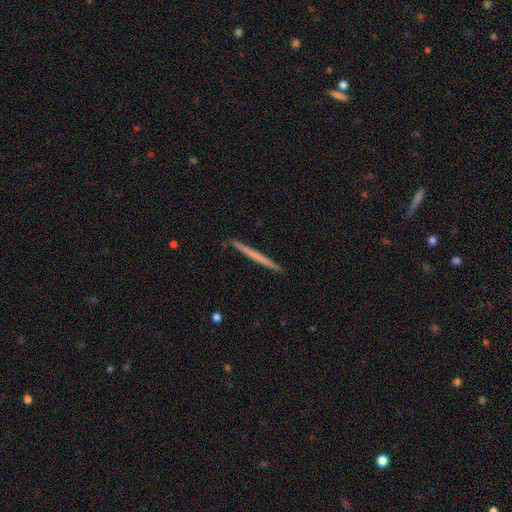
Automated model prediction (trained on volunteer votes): Smooth or featured? Predicted: smooth (p=0.49). Merging? Predicted: none (p=0.93).